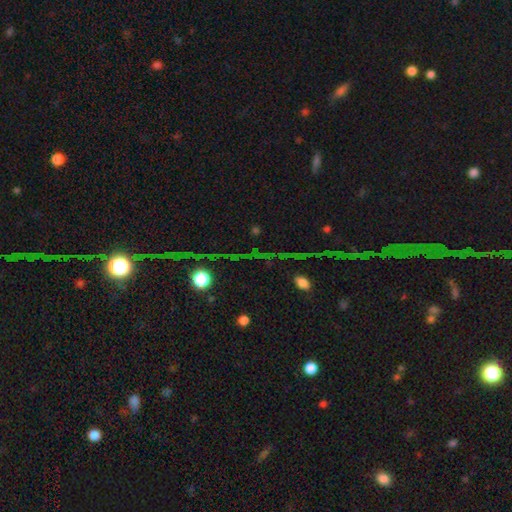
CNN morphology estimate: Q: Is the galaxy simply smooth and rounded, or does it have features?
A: star or artifact — 76%.